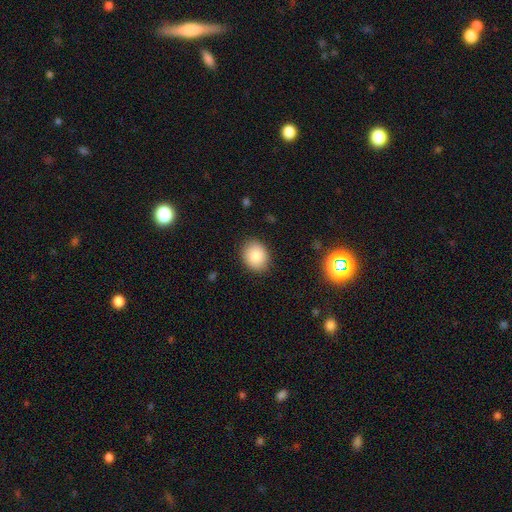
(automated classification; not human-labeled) This is clearly a smooth galaxy (87%). How rounded: possibly round (57%). Merging: clearly none (88%).